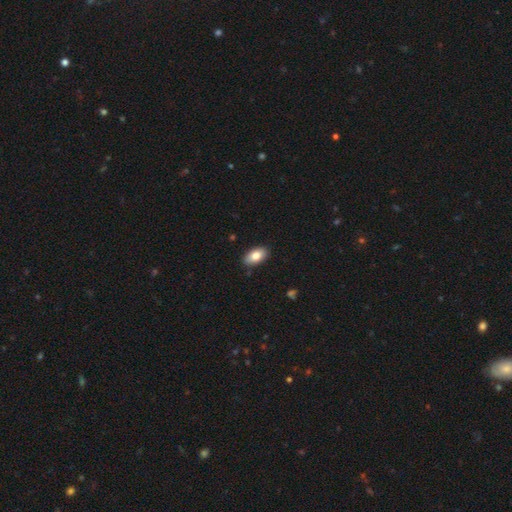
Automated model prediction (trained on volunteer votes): smooth_or_featured: smooth (p=0.83) [alt: featured or disk p=0.10]
how_rounded: in between (p=0.93) [alt: round p=0.05]
merging: none (p=0.87) [alt: minor disturbance p=0.10]